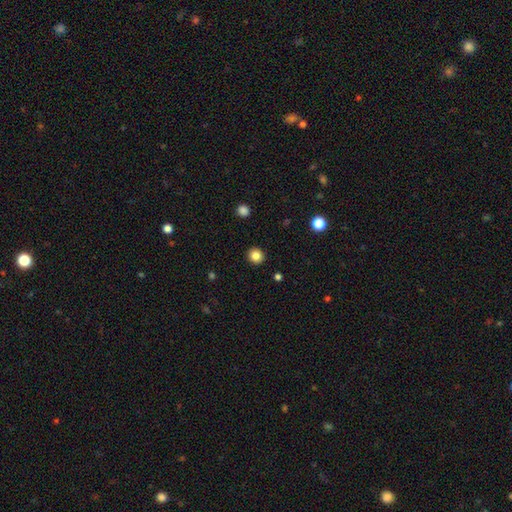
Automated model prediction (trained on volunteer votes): This appears to be a smooth galaxy with no disk features (84%) that is round (89%). Merging: none (92%).